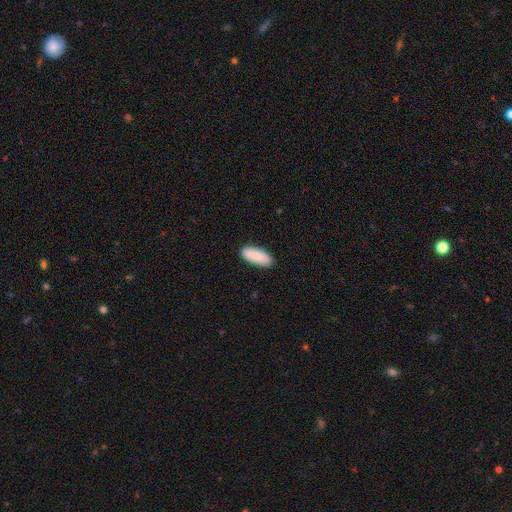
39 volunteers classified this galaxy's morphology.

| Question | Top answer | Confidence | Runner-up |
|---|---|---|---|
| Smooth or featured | smooth | 85% | featured or disk (10%) |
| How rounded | in between | 82% | cigar-shaped (15%) |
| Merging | none | 86% | minor disturbance (8%) |